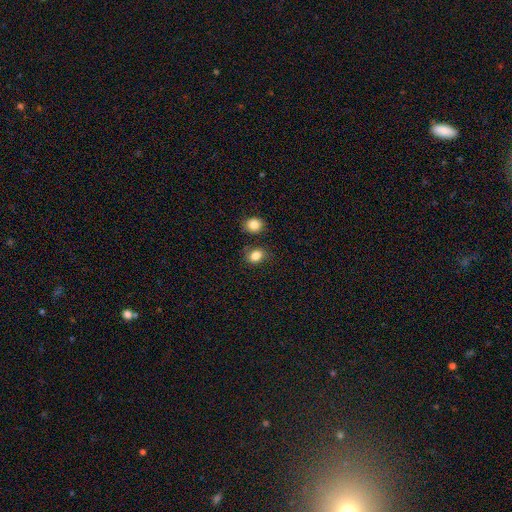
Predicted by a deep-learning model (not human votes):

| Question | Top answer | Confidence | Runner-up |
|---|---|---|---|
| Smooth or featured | smooth | 84% | star or artifact (10%) |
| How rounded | in between | 54% | round (45%) |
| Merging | none | 70% | minor disturbance (16%) |